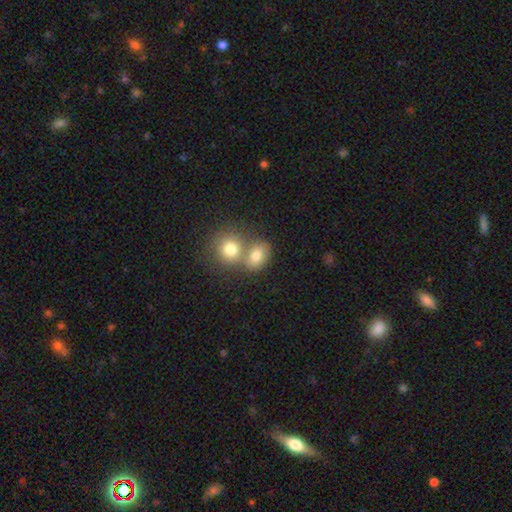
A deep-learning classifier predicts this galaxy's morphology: Q: Smooth or featured?
A: smooth (77%); runner-up: featured or disk (12%)
Q: How rounded?
A: round (52%); runner-up: in between (47%)
Q: Merging?
A: merger (53%); runner-up: none (36%)